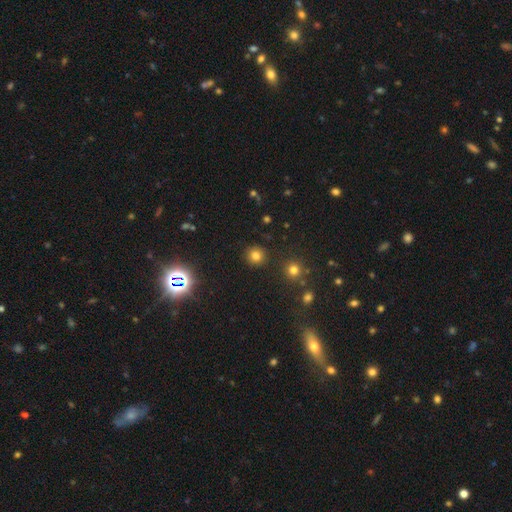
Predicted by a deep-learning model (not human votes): A smooth galaxy with no disk features (76%) that is round (93%).

Vote fractions:
- Smooth or featured? smooth: 76% / star or artifact: 18% / featured or disk: 6%
- How rounded? round: 93% / in between: 6% / cigar-shaped: 1%
- Merging? none: 89% / minor disturbance: 6% / major disturbance: 2% / merger: 2%